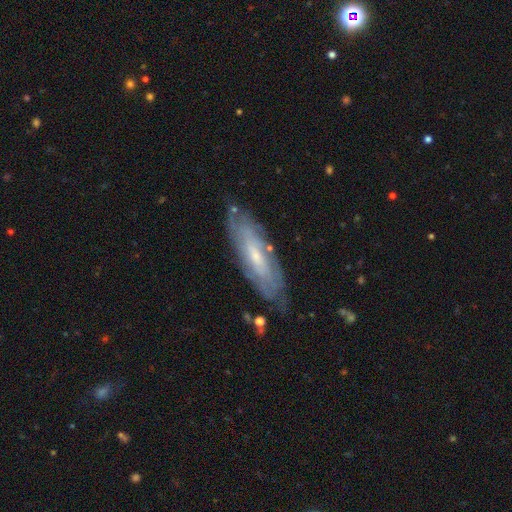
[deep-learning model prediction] A featured or disk galaxy (63%).

Vote fractions:
- Smooth or featured? featured or disk: 63% / smooth: 30% / star or artifact: 7%
- Edge-on disk? no: 70% / yes: 30%
- Merging? none: 77% / minor disturbance: 17% / major disturbance: 4% / merger: 2%